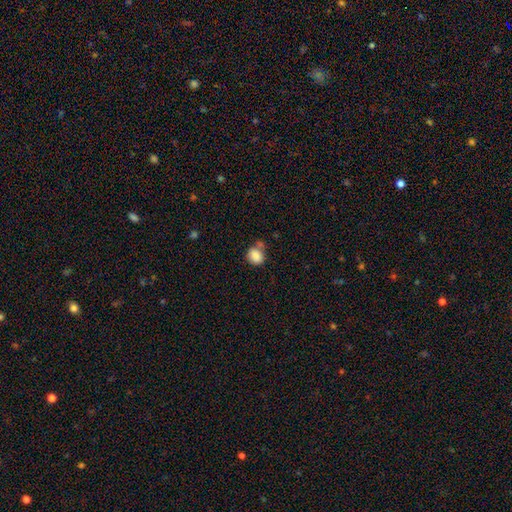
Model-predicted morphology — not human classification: The model was most divided on "how rounded": round: 58%, in between: 41%, cigar-shaped: 1%. More confident: smooth or featured — smooth (86%); merging — none (55%).